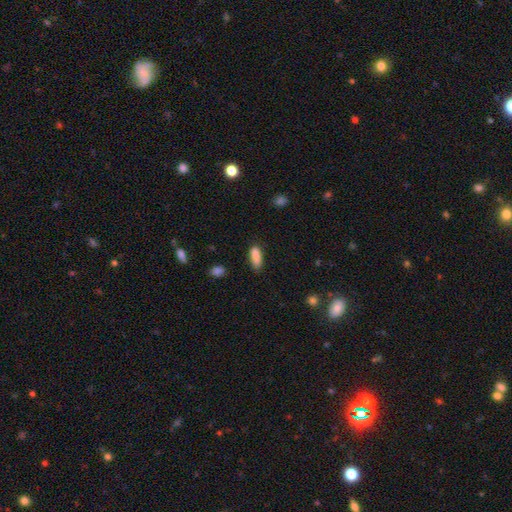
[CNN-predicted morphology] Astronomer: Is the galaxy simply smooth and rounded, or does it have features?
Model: smooth — 87%.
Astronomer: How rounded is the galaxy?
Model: in between — 60% (runner-up: cigar-shaped, 38%).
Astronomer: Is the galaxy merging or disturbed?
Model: none — 73%.